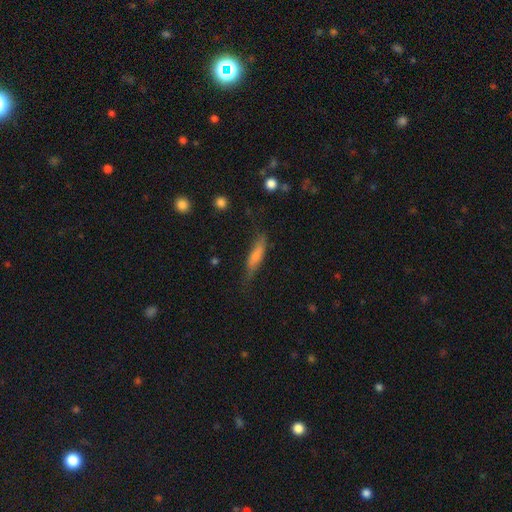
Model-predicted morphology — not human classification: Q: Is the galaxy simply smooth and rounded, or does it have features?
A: smooth — 57%.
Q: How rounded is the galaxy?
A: cigar-shaped — 76%.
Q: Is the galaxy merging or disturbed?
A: none — 69%.